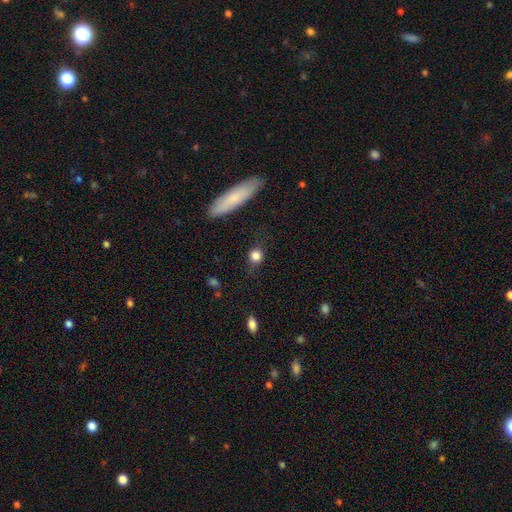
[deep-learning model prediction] This appears to be a smooth galaxy with no disk features (83%) that is round (79%). Merging: none (79%).